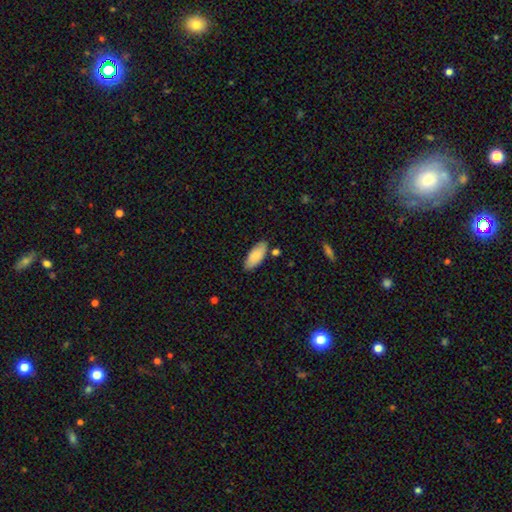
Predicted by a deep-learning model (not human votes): smooth 87%, featured or disk 7%, star or artifact 6%. Down the decision tree: how rounded — in between (83%); merging — none (81%).